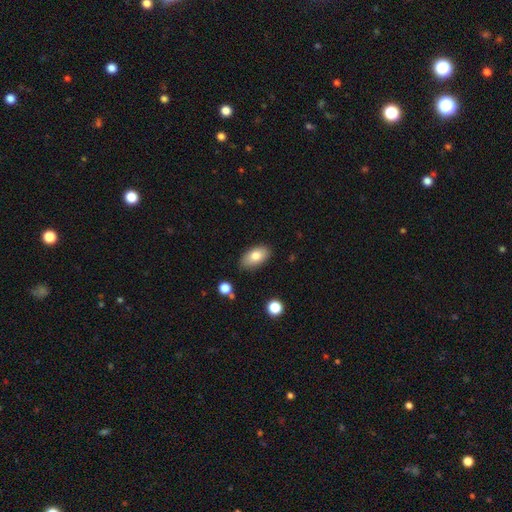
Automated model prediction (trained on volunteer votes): smooth-or-featured: smooth: 79% | featured or disk: 13% | star or artifact: 7%
  how-rounded: in between: 93% | round: 5% | cigar-shaped: 3%
  merging: none: 84% | minor disturbance: 12% | major disturbance: 2% | merger: 2%